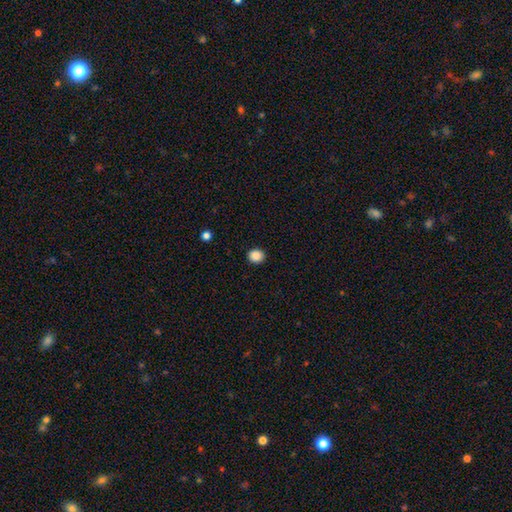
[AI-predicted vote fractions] Smooth or featured? smooth (88%)
How rounded? round (77%)
Merging? none (92%)